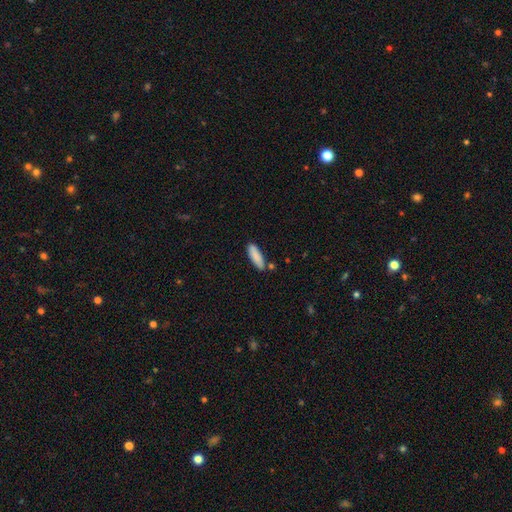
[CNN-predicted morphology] The model was most divided on "how rounded": in between: 50%, cigar-shaped: 49%, round: 2%. More confident: smooth or featured — smooth (87%); merging — none (77%).